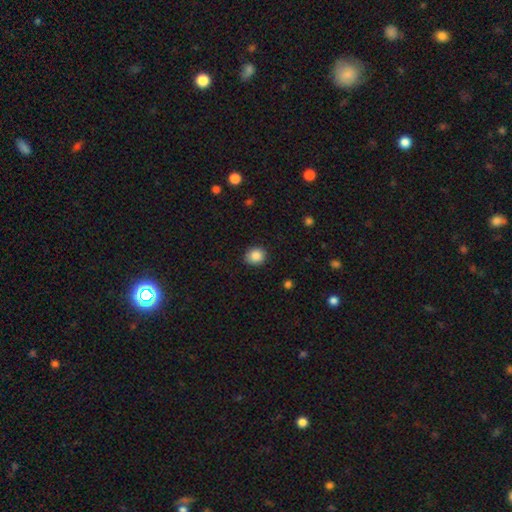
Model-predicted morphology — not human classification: Smooth or featured: smooth — 88% (star or artifact — 9%)
How rounded: round — 78% (in between — 21%)
Merging: none — 88% (minor disturbance — 8%)